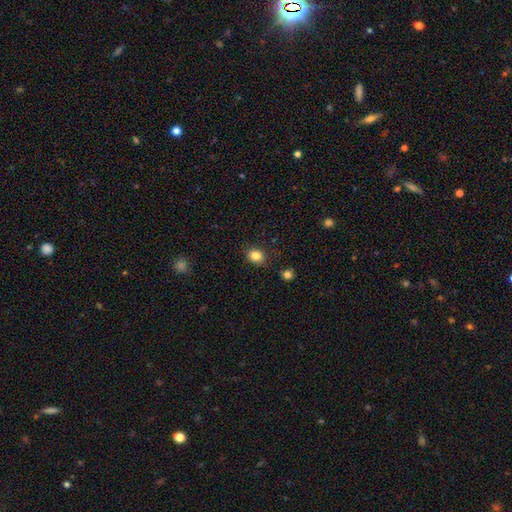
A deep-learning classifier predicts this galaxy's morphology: Q: Smooth or featured?
A: smooth (84%); runner-up: star or artifact (11%)
Q: How rounded?
A: round (56%); runner-up: in between (44%)
Q: Merging?
A: none (85%); runner-up: minor disturbance (11%)